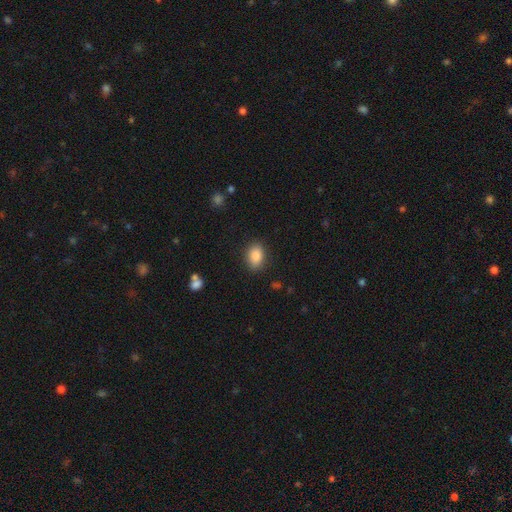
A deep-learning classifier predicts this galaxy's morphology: Smooth or featured? smooth (87%)
How rounded? in between (81%)
Merging? none (86%)